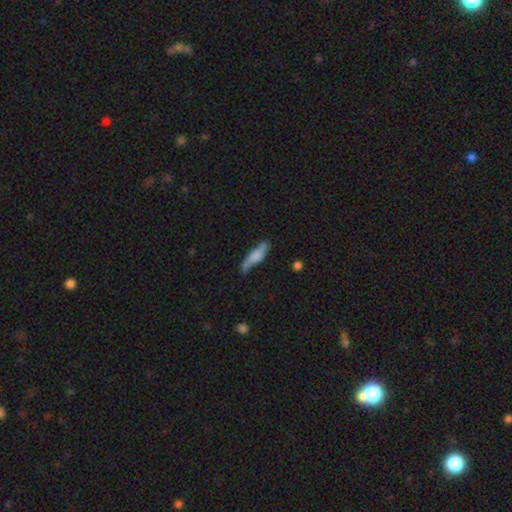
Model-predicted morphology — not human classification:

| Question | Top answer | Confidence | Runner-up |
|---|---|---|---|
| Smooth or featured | smooth | 58% | featured or disk (36%) |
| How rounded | cigar-shaped | 68% | in between (30%) |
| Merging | none | 65% | minor disturbance (26%) |